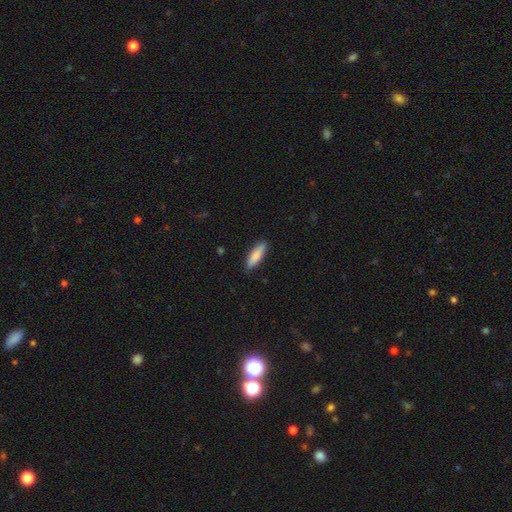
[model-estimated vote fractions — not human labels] Q: Smooth or featured?
A: smooth (84%); runner-up: featured or disk (11%)
Q: How rounded?
A: cigar-shaped (58%); runner-up: in between (40%)
Q: Merging?
A: none (88%); runner-up: minor disturbance (10%)